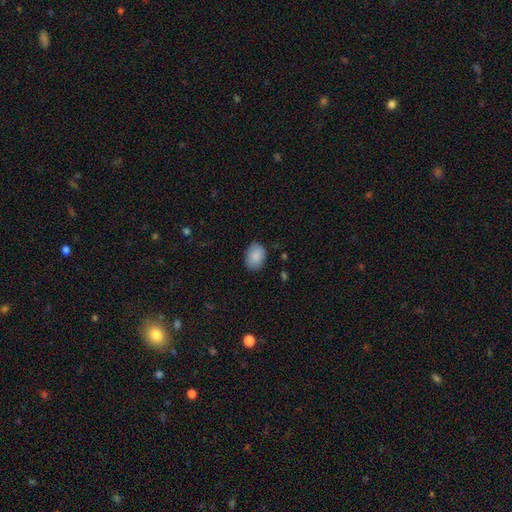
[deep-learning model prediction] smooth 88%, star or artifact 7%, featured or disk 5%. Down the decision tree: how rounded — in between (71%); merging — none (82%).